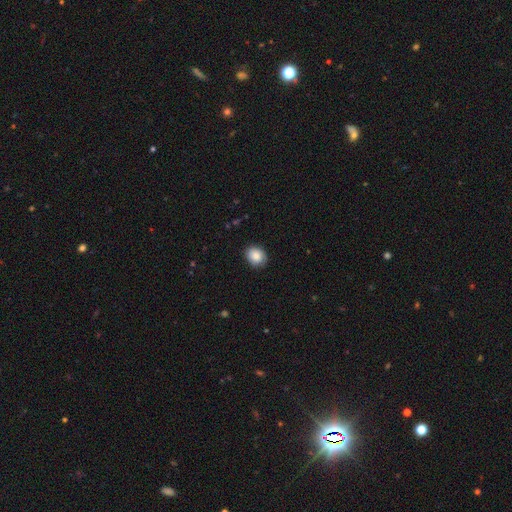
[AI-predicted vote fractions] Morphology: type=smooth (86%); roundness=round (54%); merging=none (84%).